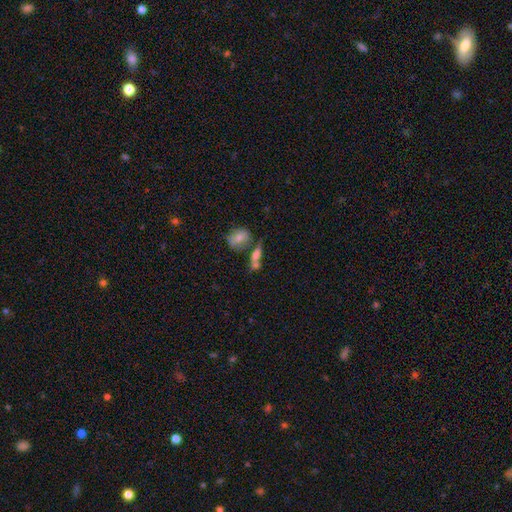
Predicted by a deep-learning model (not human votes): The model was most divided on "merging": none: 43%, merger: 37%, minor disturbance: 13%, major disturbance: 7%. More confident: smooth or featured — smooth (64%); how rounded — in between (54%).